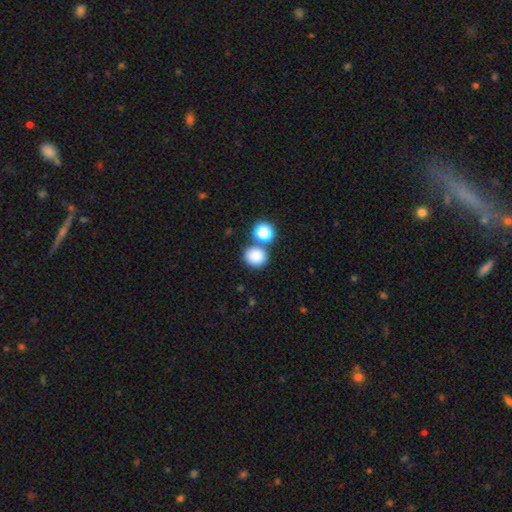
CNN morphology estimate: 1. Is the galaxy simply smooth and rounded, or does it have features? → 83% smooth, 12% star or artifact, 5% featured or disk.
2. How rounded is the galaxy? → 82% round, 17% in between, 1% cigar-shaped.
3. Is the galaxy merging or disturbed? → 70% none, 18% merger, 9% minor disturbance, 3% major disturbance.